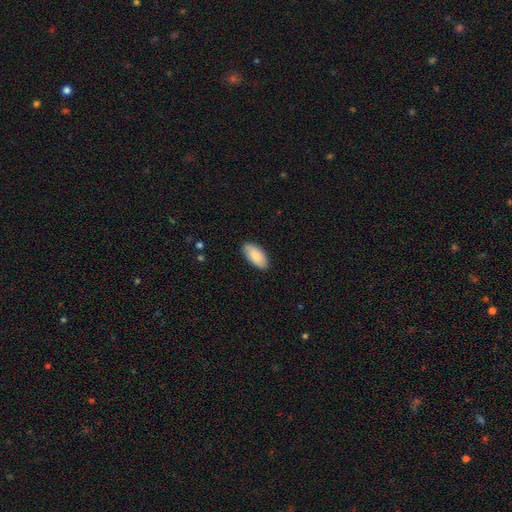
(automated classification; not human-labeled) smooth-or-featured: smooth: 83% | featured or disk: 11% | star or artifact: 6%
  how-rounded: in between: 93% | cigar-shaped: 5% | round: 2%
  merging: none: 85% | minor disturbance: 12% | major disturbance: 2% | merger: 1%